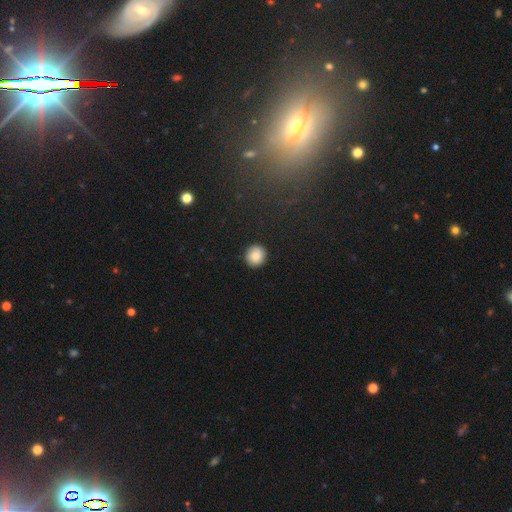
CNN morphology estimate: type=smooth (85%); roundness=round (92%); merging=none (90%).